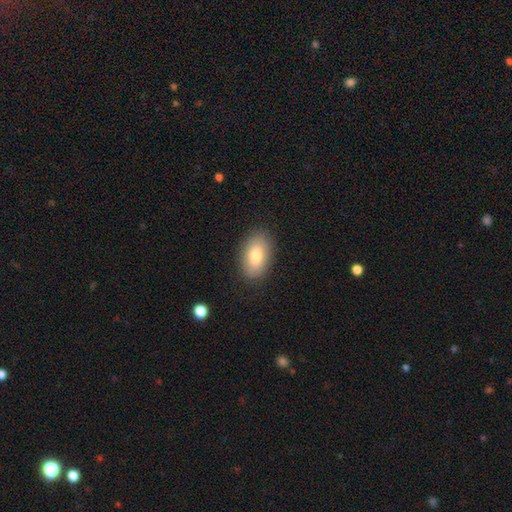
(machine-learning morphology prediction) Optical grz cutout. It shows a smooth galaxy with no disk features (80%) that is in between round and cigar-shaped (92%). Merging: none (86%).